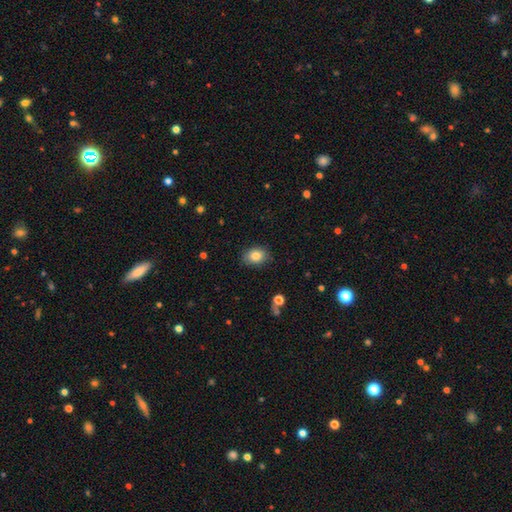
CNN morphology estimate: Overall: smooth (84%). How rounded: in between (65%; round 34%). Merging: none (84%).